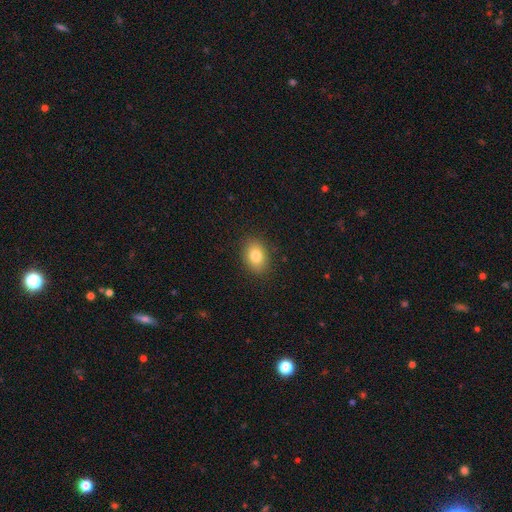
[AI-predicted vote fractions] smooth-or-featured: smooth: 82% | star or artifact: 9% | featured or disk: 9%
  how-rounded: in between: 76% | round: 23% | cigar-shaped: 1%
  merging: none: 88% | minor disturbance: 9% | major disturbance: 2% | merger: 1%